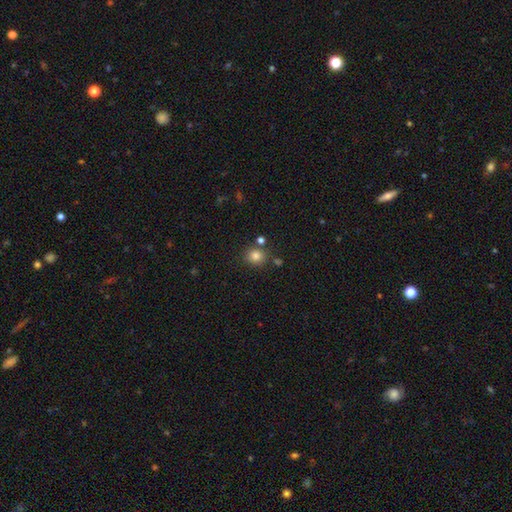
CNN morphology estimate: Q: Smooth or featured?
A: smooth (82%); runner-up: star or artifact (12%)
Q: How rounded?
A: round (79%); runner-up: in between (20%)
Q: Merging?
A: none (79%); runner-up: minor disturbance (10%)